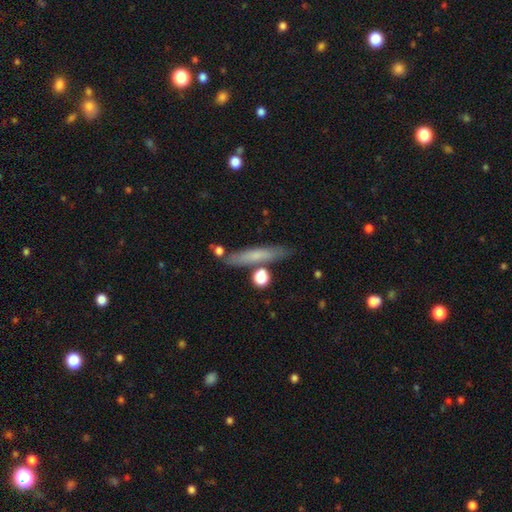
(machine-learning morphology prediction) Q: Smooth or featured?
A: smooth (62%); runner-up: featured or disk (30%)
Q: How rounded?
A: cigar-shaped (90%); runner-up: in between (8%)
Q: Merging?
A: none (79%); runner-up: minor disturbance (12%)